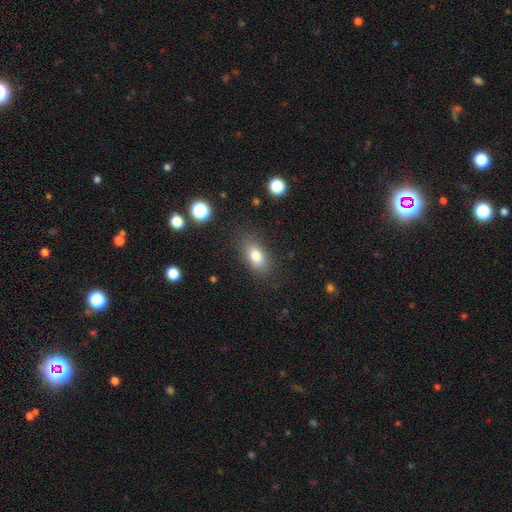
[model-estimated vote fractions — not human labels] Smooth or featured? Predicted: smooth (p=0.80). How rounded? Predicted: in between (p=0.85). Merging? Predicted: none (p=0.82).